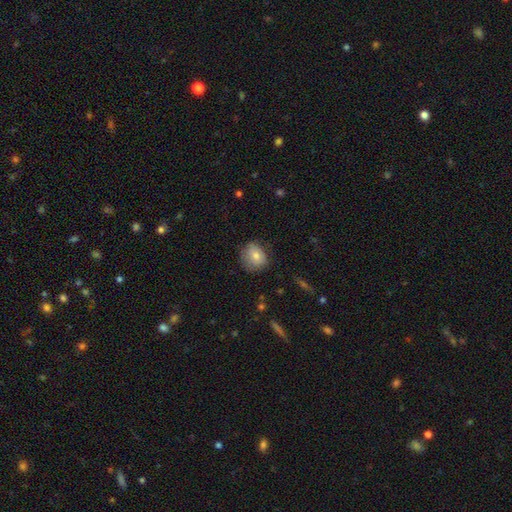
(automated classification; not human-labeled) Smooth or featured? Predicted: smooth (p=0.76). How rounded? Predicted: round (p=0.68). Merging? Predicted: none (p=0.68).